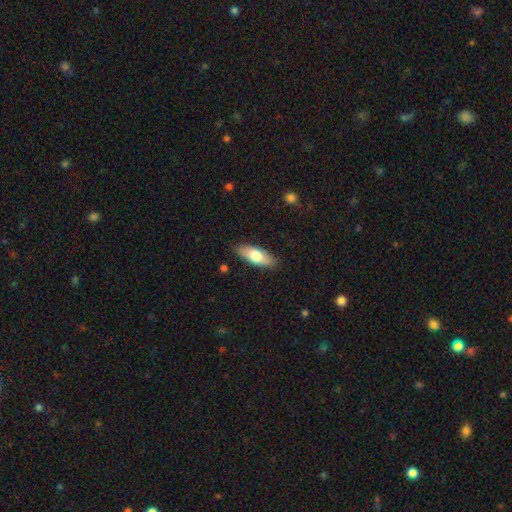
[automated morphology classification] smooth_or_featured: smooth (p=0.70) [alt: featured or disk p=0.24]
how_rounded: in between (p=0.71) [alt: cigar-shaped p=0.27]
merging: none (p=0.87) [alt: minor disturbance p=0.10]